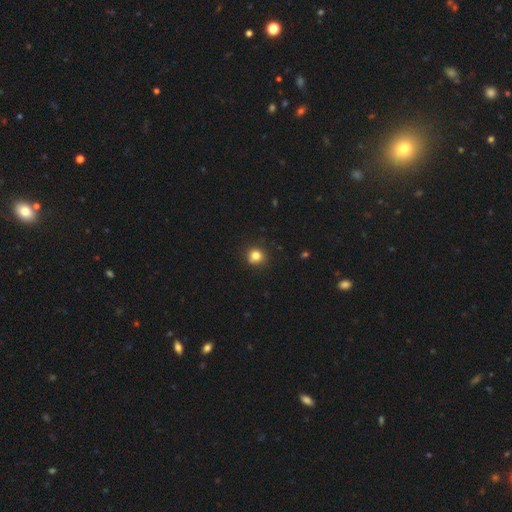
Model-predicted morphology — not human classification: A smooth galaxy with no disk features (81%) that is round (87%). Merging: none (82%).